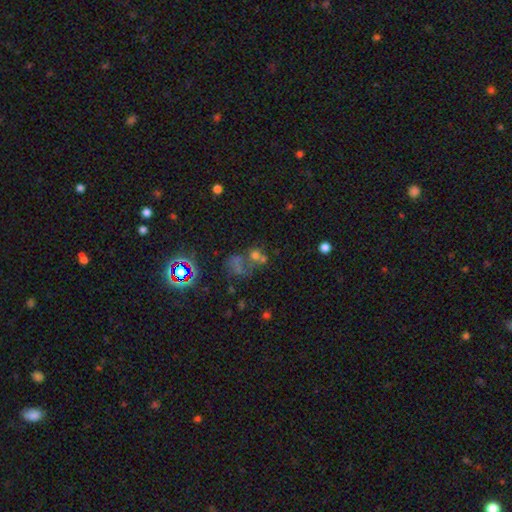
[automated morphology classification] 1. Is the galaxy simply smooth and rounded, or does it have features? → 50% star or artifact, 30% smooth, 20% featured or disk.